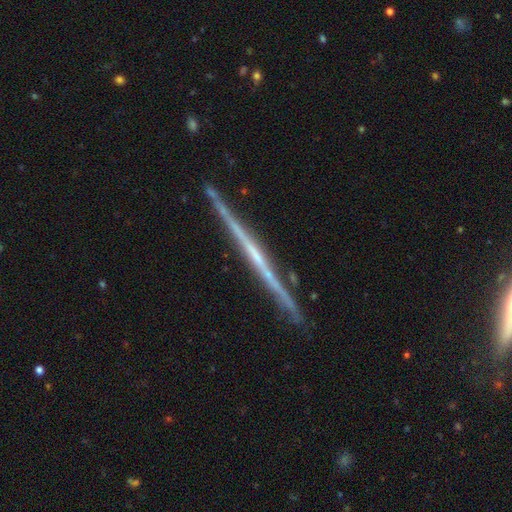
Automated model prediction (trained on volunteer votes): This appears to be a featured or disk galaxy (81%) viewed edge-on (98%) with no central bulge (63%). Merging: none (90%).